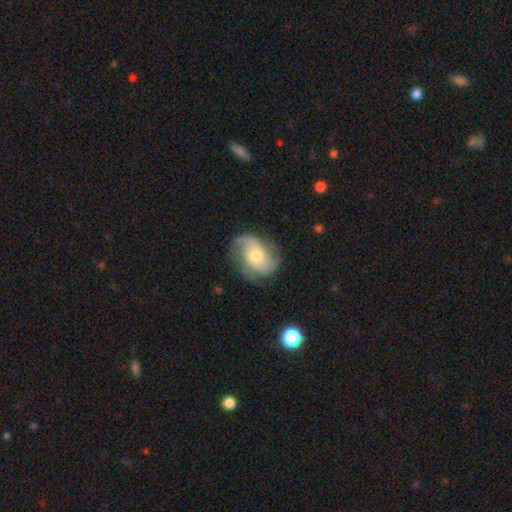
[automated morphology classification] This is likely a featured or disk galaxy (75%). It is clearly not viewed edge-on (97%). Bar: likely no (65%). Spiral arm pattern: clearly yes (94%). Spiral arm count: possibly 2 (57%). Spiral winding: marginally medium (44%). Central bulge: likely moderate (64%). Merging: likely none (66%).